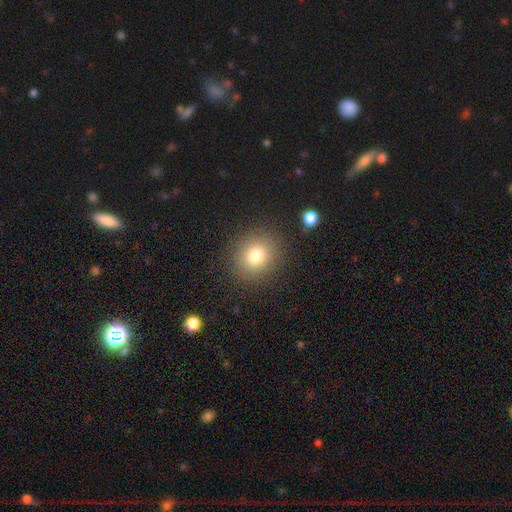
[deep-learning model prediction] smooth 78%, star or artifact 13%, featured or disk 9%. Down the decision tree: how rounded — round (80%); merging — none (87%).